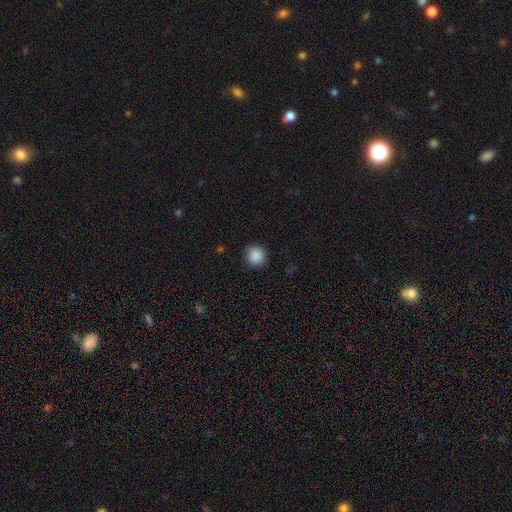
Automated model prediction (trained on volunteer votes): Smooth or featured? Predicted: smooth (p=0.88). How rounded? Predicted: round (p=0.93). Merging? Predicted: none (p=0.91).